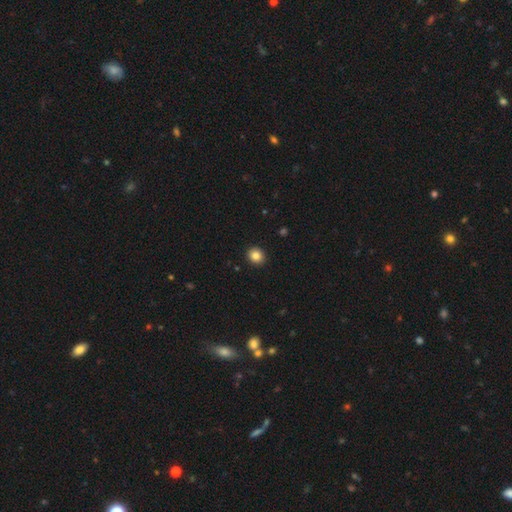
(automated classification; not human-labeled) smooth-or-featured: smooth: 84% | star or artifact: 10% | featured or disk: 6%
  how-rounded: round: 80% | in between: 19% | cigar-shaped: 1%
  merging: none: 92% | minor disturbance: 5% | major disturbance: 2% | merger: 1%